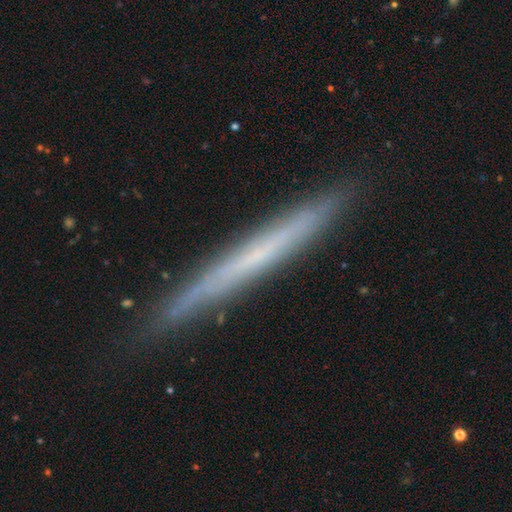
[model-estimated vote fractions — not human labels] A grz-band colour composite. It shows a featured or disk galaxy (60%) viewed edge-on (94%) with no central bulge (88%). Merging: none (85%).